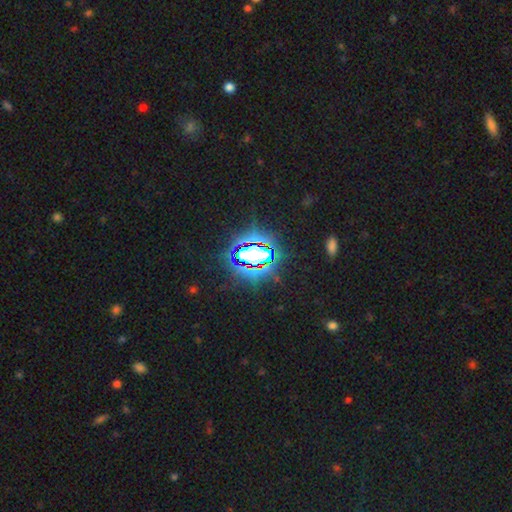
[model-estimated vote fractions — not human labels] smooth_or_featured: star or artifact (p=0.76) [alt: smooth p=0.14]